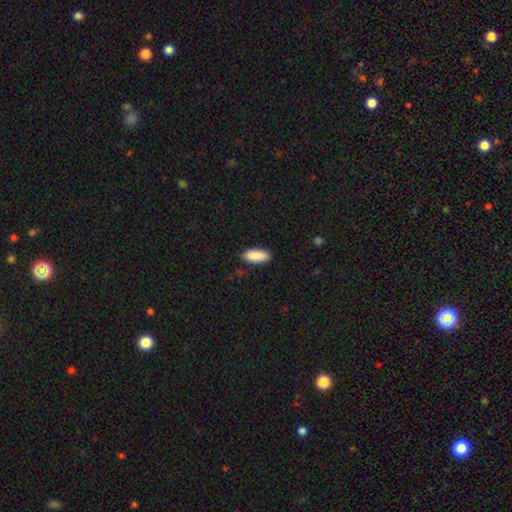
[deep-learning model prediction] Q: Smooth or featured?
A: smooth (90%); runner-up: star or artifact (6%)
Q: How rounded?
A: in between (81%); runner-up: cigar-shaped (17%)
Q: Merging?
A: none (89%); runner-up: minor disturbance (8%)